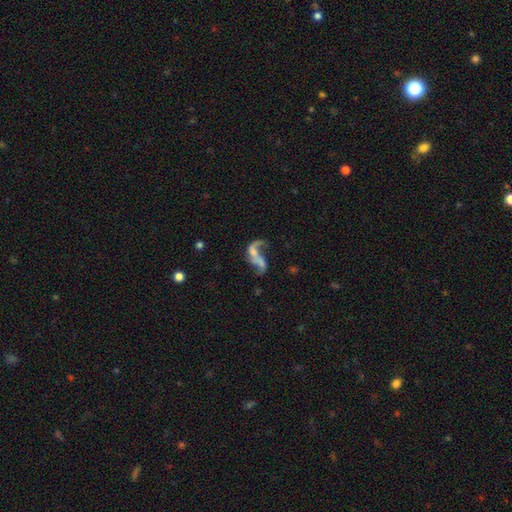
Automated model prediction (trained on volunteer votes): Morphology: type=featured or disk (71%); edge-on=no (95%); bar=no (59%); spiral arms=yes (70%); bulge=none (41%); merging=major disturbance (31%).